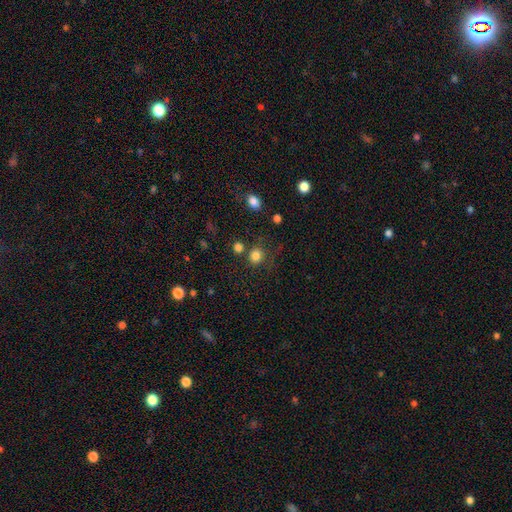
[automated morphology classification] The model was most divided on "merging": none: 70%, minor disturbance: 13%, merger: 11%, major disturbance: 6%. More confident: how rounded — round (83%); smooth or featured — smooth (80%).